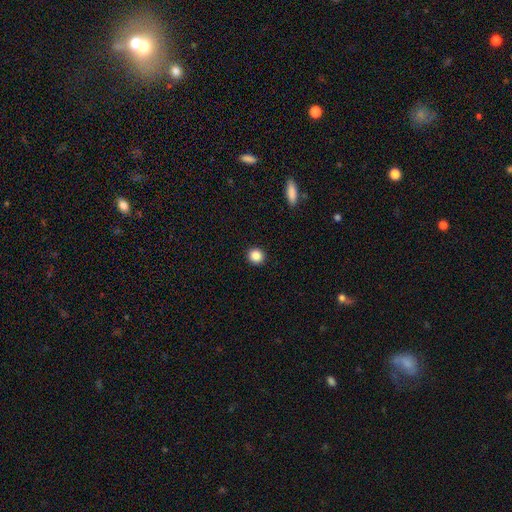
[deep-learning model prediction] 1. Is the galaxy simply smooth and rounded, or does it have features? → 87% smooth, 10% star or artifact, 3% featured or disk.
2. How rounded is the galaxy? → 91% round, 8% in between, 1% cigar-shaped.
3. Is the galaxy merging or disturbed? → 93% none, 4% minor disturbance, 2% major disturbance, 1% merger.